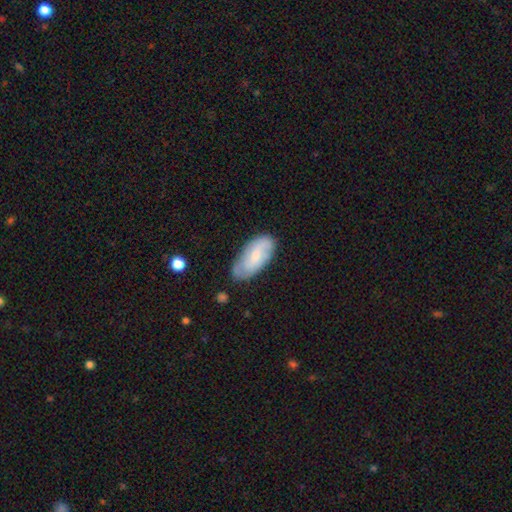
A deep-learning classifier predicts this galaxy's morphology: This is possibly a smooth galaxy (54%). How rounded: clearly in between (90%). Merging: likely none (67%).